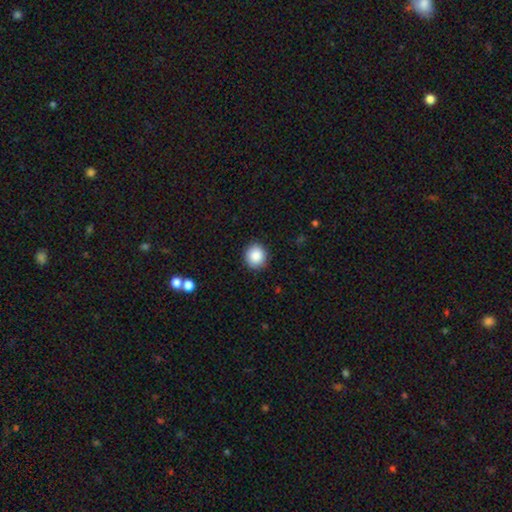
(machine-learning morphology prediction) Smooth or featured? Predicted: smooth (p=0.88). How rounded? Predicted: round (p=0.87). Merging? Predicted: none (p=0.90).